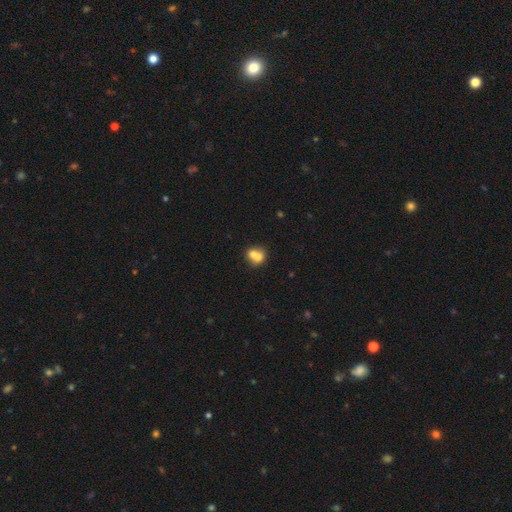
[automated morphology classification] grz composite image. It shows a smooth galaxy with no disk features (70%) that is round (61%). Merging: merger (62%).